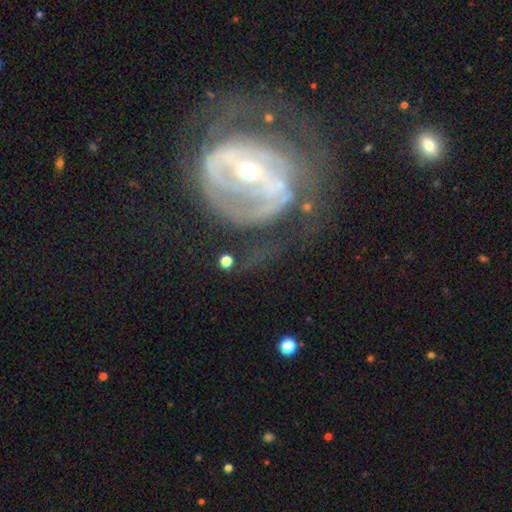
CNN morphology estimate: smooth-or-featured: featured or disk: 85% | smooth: 8% | star or artifact: 7%
  disk-edge-on: no: 96% | yes: 4%
    bar: strong: 46% | weak: 32% | no: 22%
    has-spiral-arms: yes: 85% | no: 15%
      spiral-winding: tight: 51% | medium: 35% | loose: 14%
      spiral-arm-count: 2: 42% | can't tell: 29% | 3: 11% | 1: 9% | 4: 5% | more than 4: 4%
    bulge-size: small: 68% | moderate: 28% | large: 2% | none: 1% | dominant: 1%
  merging: none: 42% | major disturbance: 34% | minor disturbance: 19% | merger: 4%